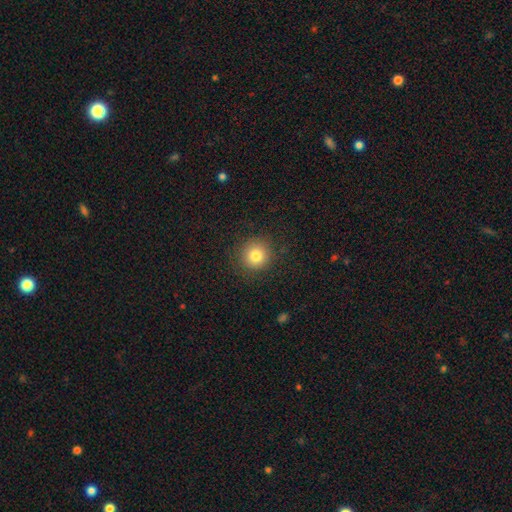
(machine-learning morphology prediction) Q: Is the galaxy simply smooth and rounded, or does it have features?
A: smooth — 81%.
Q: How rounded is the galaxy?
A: round — 93%.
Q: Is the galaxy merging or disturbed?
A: none — 89%.